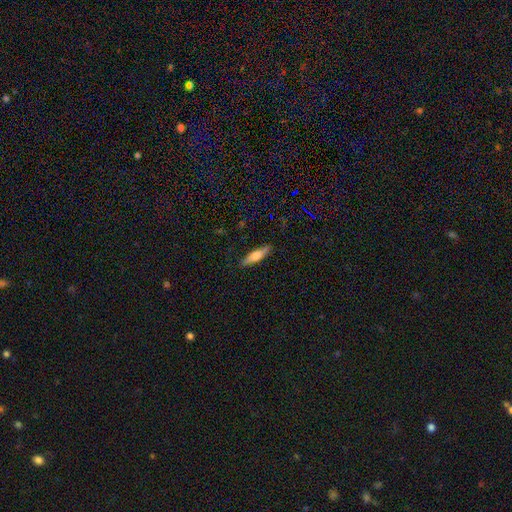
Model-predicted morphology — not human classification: Smooth or featured? smooth (56%)
How rounded? cigar-shaped (74%)
Merging? none (88%)